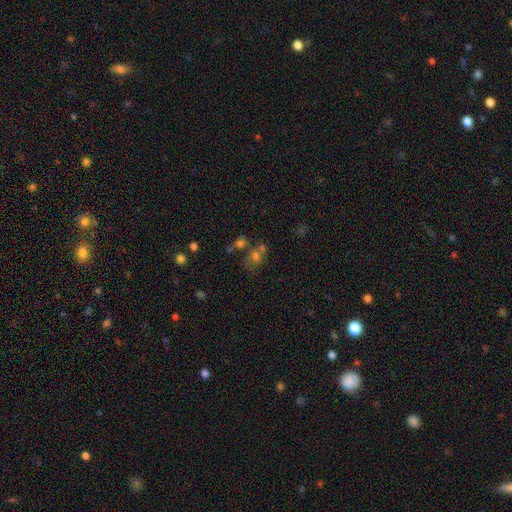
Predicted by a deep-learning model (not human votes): Smooth or featured? Predicted: smooth (p=0.54). How rounded? Predicted: round (p=0.59). Merging? Predicted: none (p=0.40).